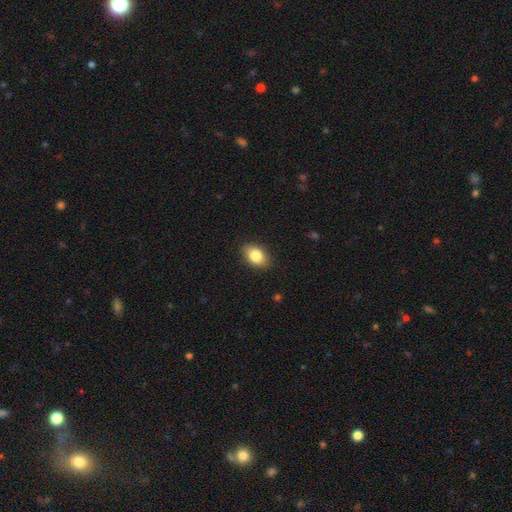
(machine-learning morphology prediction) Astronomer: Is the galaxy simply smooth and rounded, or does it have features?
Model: smooth — 84%.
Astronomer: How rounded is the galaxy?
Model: in between — 86%.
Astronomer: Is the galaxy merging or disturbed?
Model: none — 87%.